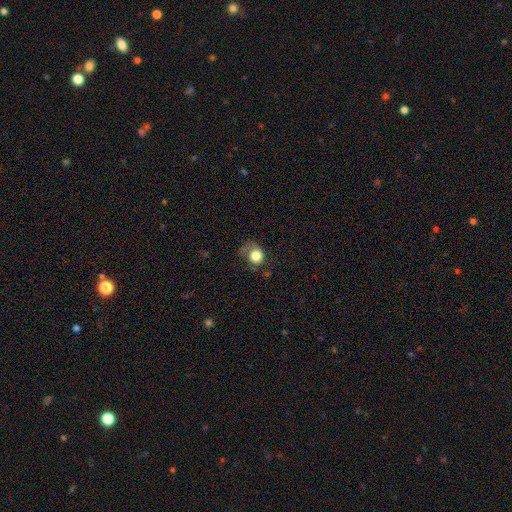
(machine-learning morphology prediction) Smooth or featured?
  - smooth: 79% *
  - featured or disk: 11%
  - star or artifact: 9%
How rounded?
  - round: 72% *
  - in between: 27%
  - cigar-shaped: 1%
Merging?
  - none: 39% *
  - minor disturbance: 29%
  - major disturbance: 27%
  - merger: 5%